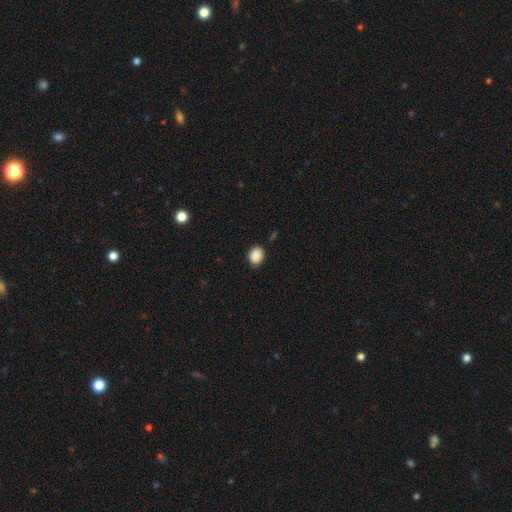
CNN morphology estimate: type=smooth (89%); roundness=round (51%); merging=none (79%).